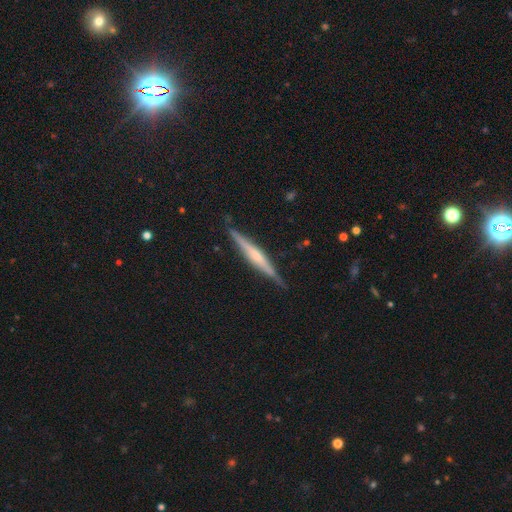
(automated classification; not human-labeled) featured or disk 72%, smooth 22%, star or artifact 6%. Down the decision tree: edge-on disk — yes (98%); edge-on bulge — rounded (60%); merging — none (88%).